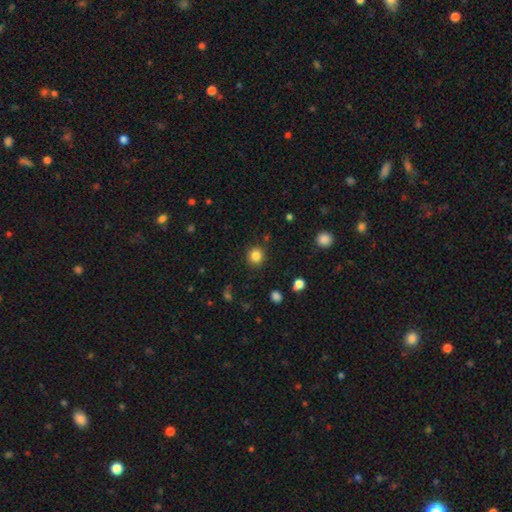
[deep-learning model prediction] This appears to be a smooth galaxy with no disk features (84%) that is round (89%). Merging: none (88%).